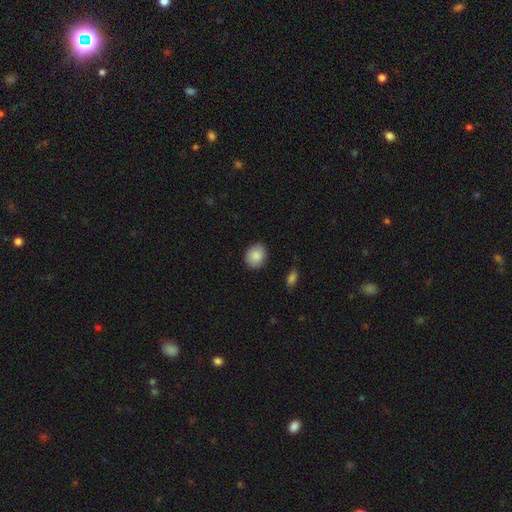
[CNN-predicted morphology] smooth 88%, star or artifact 7%, featured or disk 5%. Down the decision tree: how rounded — in between (51%); merging — none (85%).